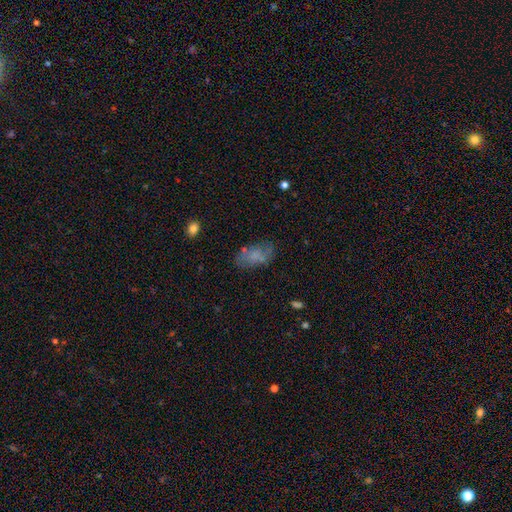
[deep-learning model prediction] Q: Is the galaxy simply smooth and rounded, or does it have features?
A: smooth — 63%.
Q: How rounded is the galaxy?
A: in between — 91%.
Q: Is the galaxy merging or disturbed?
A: none — 62%.